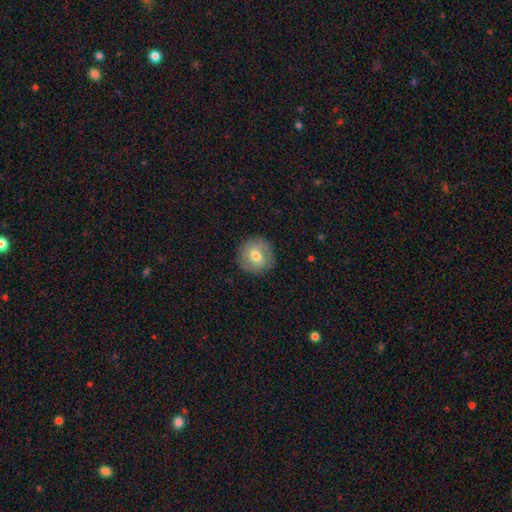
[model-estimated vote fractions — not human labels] Overall: smooth (64%; featured or disk 28%). How rounded: round (92%). Merging: none (87%).